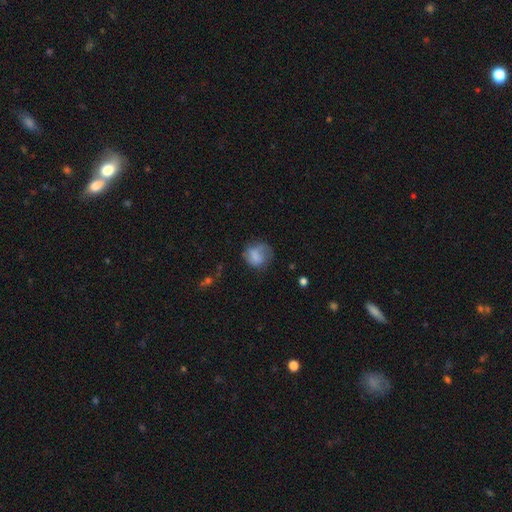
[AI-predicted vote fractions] The model was most divided on "merging": none: 48%, minor disturbance: 29%, major disturbance: 20%, merger: 3%. More confident: smooth or featured — smooth (74%); how rounded — round (69%).